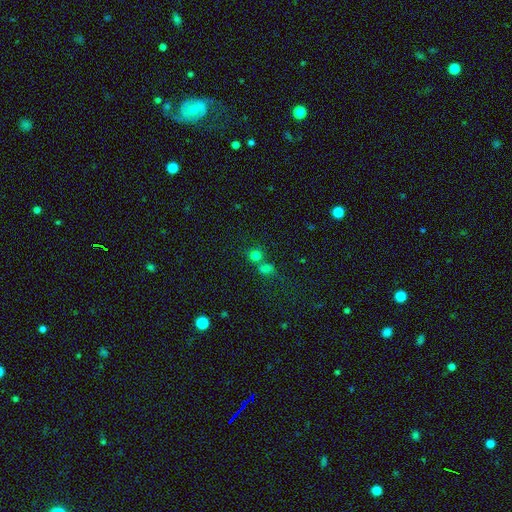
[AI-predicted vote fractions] Smooth or featured?
  - smooth: 74% *
  - star or artifact: 19%
  - featured or disk: 7%
How rounded?
  - round: 83% *
  - in between: 16%
  - cigar-shaped: 1%
Merging?
  - none: 54% *
  - merger: 32%
  - minor disturbance: 9%
  - major disturbance: 5%